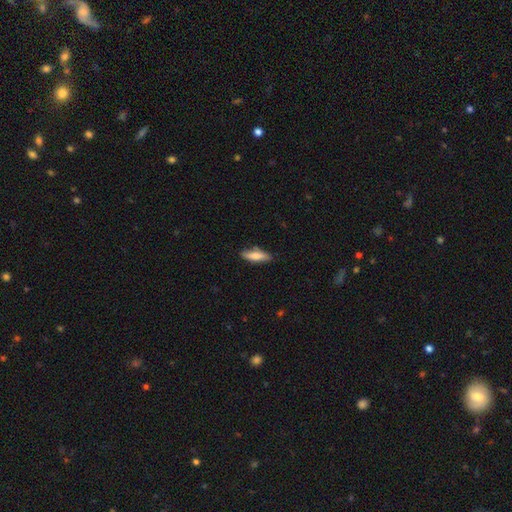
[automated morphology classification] This is likely a smooth galaxy (74%). How rounded: possibly cigar-shaped (57%). Merging: clearly none (82%).